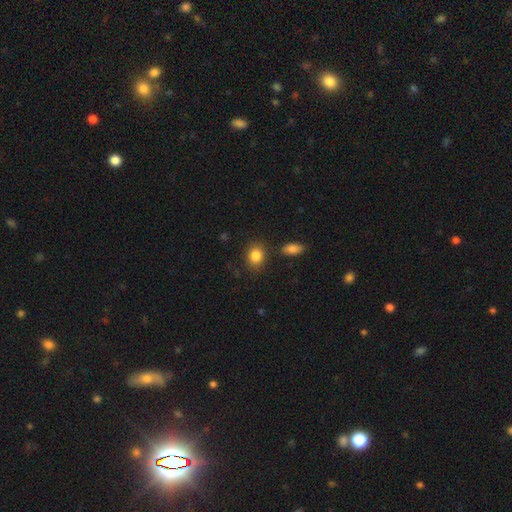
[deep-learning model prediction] A smooth galaxy with no disk features (86%) that is round (56%).

Vote fractions:
- Smooth or featured? smooth: 86% / star or artifact: 9% / featured or disk: 6%
- How rounded? round: 56% / in between: 42% / cigar-shaped: 1%
- Merging? none: 82% / minor disturbance: 10% / merger: 5% / major disturbance: 3%